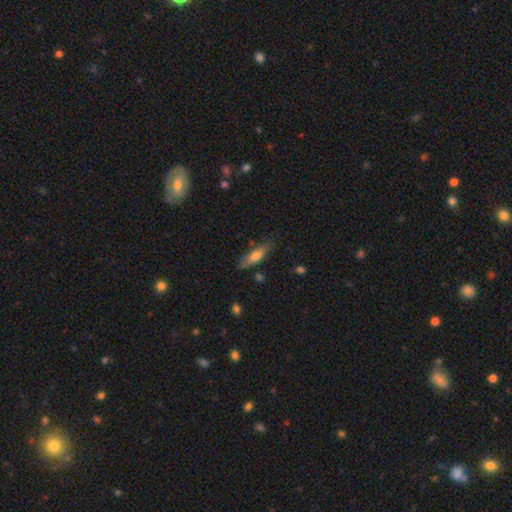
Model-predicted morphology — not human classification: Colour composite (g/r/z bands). It shows a smooth galaxy with no disk features (67%) that is cigar-shaped (56%). Merging: none (76%).